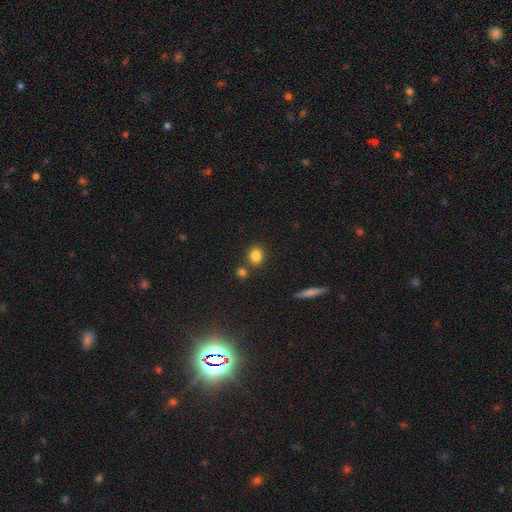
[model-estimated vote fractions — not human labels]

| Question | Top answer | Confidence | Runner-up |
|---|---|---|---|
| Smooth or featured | smooth | 83% | star or artifact (10%) |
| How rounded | round | 61% | in between (37%) |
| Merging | none | 74% | merger (14%) |